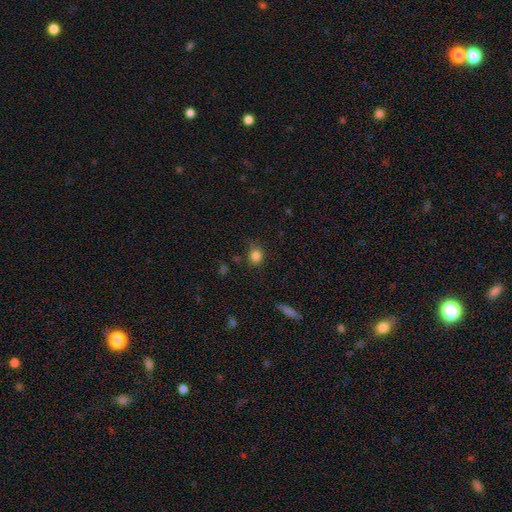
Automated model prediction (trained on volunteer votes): This appears to be a smooth galaxy with no disk features (83%) that is round (81%). Merging: none (81%).